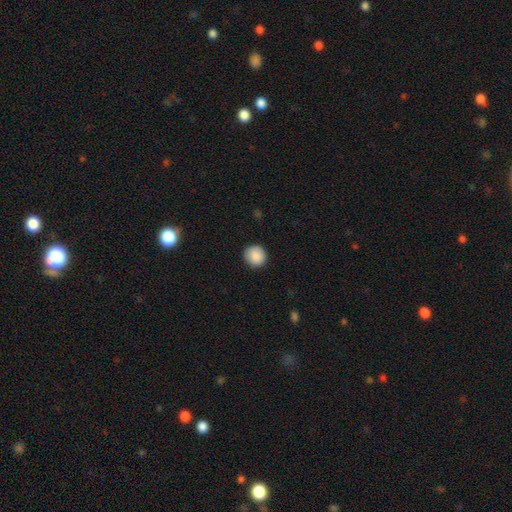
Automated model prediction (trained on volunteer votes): smooth_or_featured: smooth (p=0.89) [alt: star or artifact p=0.08]
how_rounded: round (p=0.94) [alt: in between p=0.05]
merging: none (p=0.90) [alt: minor disturbance p=0.07]